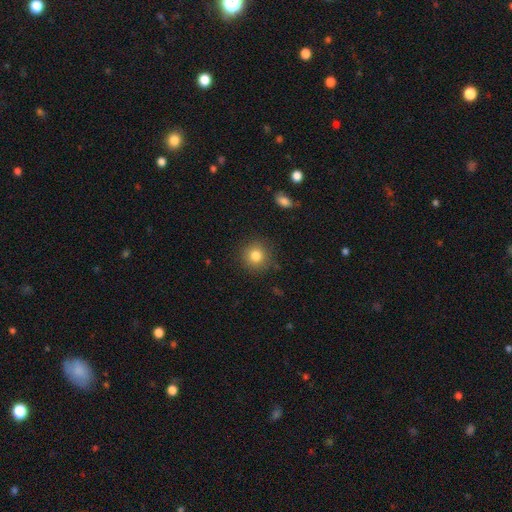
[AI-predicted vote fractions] Smooth or featured? smooth (82%)
How rounded? round (92%)
Merging? none (88%)